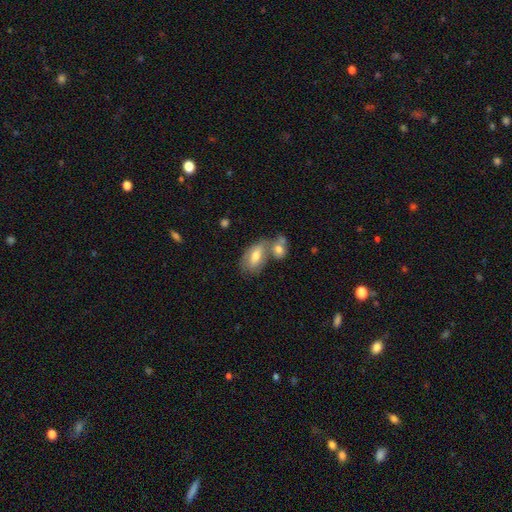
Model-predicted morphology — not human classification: Smooth or featured: smooth — 64% (featured or disk — 29%)
How rounded: in between — 89% (round — 7%)
Merging: merger — 44% (none — 37%)